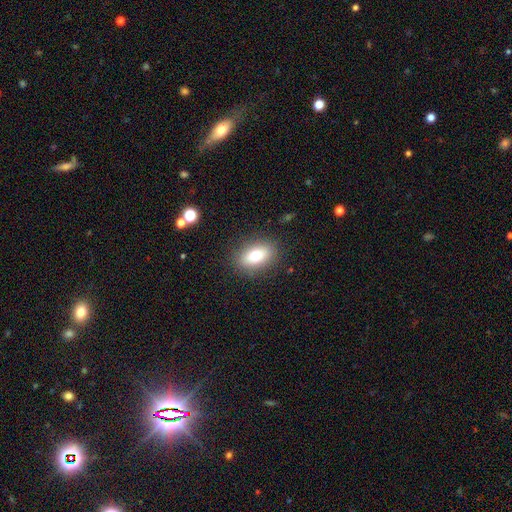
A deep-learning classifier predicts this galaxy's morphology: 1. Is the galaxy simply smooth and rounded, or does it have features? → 74% smooth, 16% featured or disk, 9% star or artifact.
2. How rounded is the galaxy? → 84% in between, 11% round, 5% cigar-shaped.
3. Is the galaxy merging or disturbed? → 86% none, 9% minor disturbance, 3% major disturbance, 1% merger.